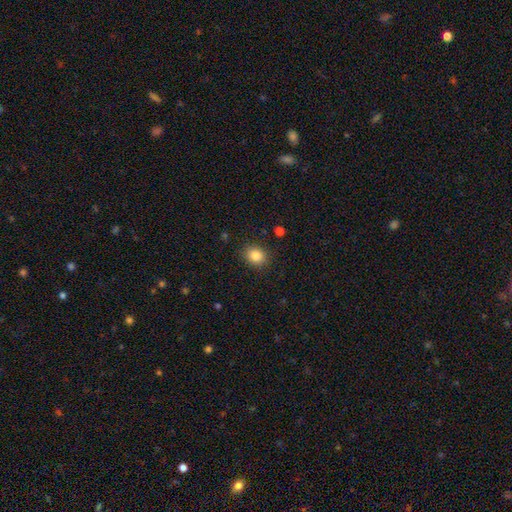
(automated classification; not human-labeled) A smooth galaxy with no disk features (84%) that is round (63%). Merging: none (89%).